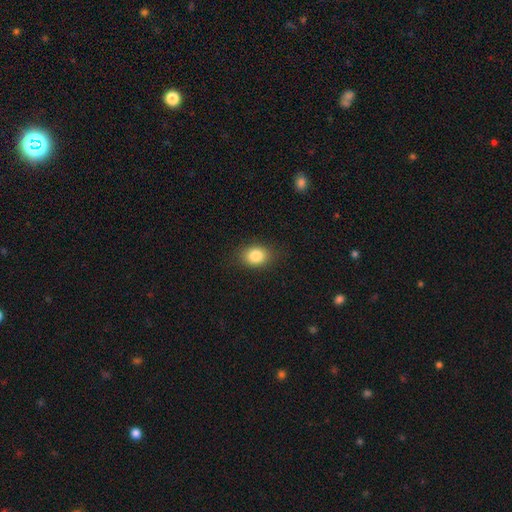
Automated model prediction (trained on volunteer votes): Morphology: type=smooth (85%); roundness=in between (62%); merging=none (85%).